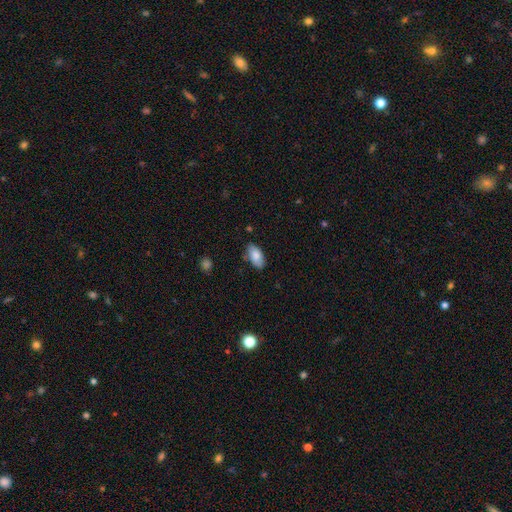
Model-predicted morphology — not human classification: This is clearly a smooth galaxy (81%). How rounded: clearly in between (94%). Merging: likely none (80%).